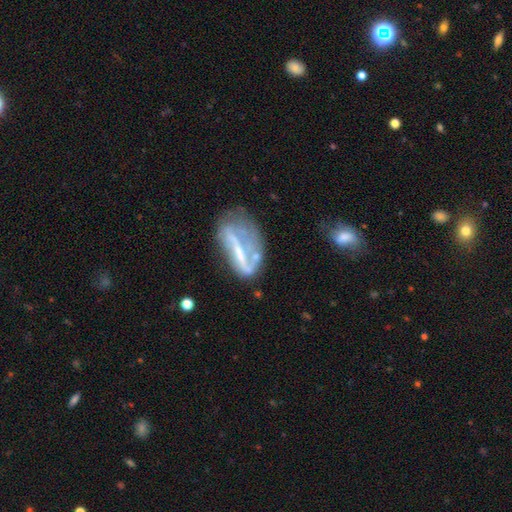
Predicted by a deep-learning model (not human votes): This is likely a featured or disk galaxy (64%). It is clearly not viewed edge-on (90%). Bar: possibly strong (47%). Spiral arm pattern: possibly no (53%). Central bulge: marginally none (36%). Merging: marginally major disturbance (36%).